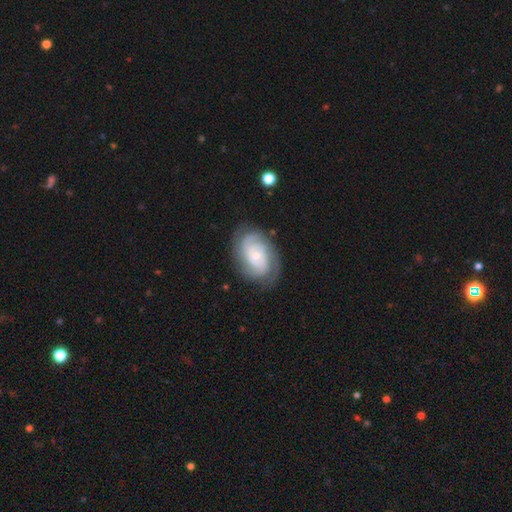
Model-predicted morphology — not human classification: smooth-or-featured: featured or disk: 80% | smooth: 15% | star or artifact: 6%
  disk-edge-on: no: 97% | yes: 3%
    bar: no: 69% | weak: 26% | strong: 5%
    has-spiral-arms: yes: 94% | no: 6%
      spiral-winding: tight: 61% | medium: 30% | loose: 8%
      spiral-arm-count: 2: 37% | can't tell: 26% | 3: 22% | 4: 6% | 1: 5% | more than 4: 4%
    bulge-size: small: 68% | moderate: 26% | large: 2% | none: 2% | dominant: 1%
  merging: none: 75% | minor disturbance: 17% | major disturbance: 7% | merger: 1%